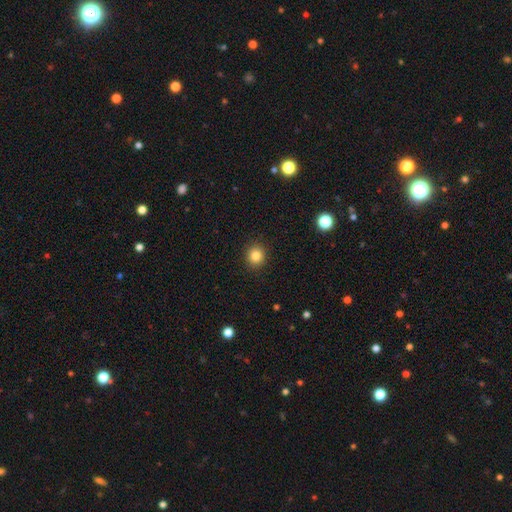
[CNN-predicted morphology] This is clearly a smooth galaxy (84%). How rounded: clearly round (85%). Merging: clearly none (91%).